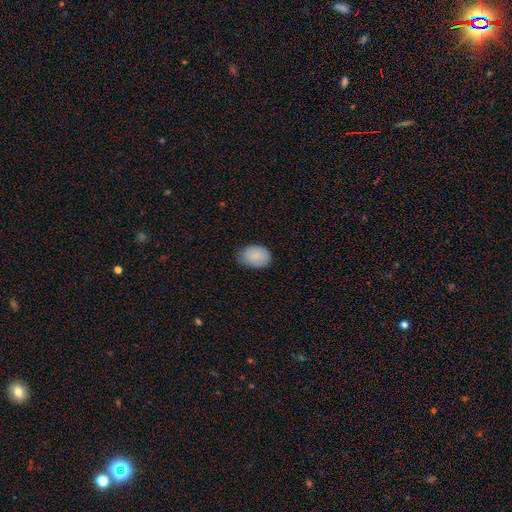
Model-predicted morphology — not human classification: This is clearly a smooth galaxy (88%). How rounded: likely in between (72%). Merging: likely none (66%).